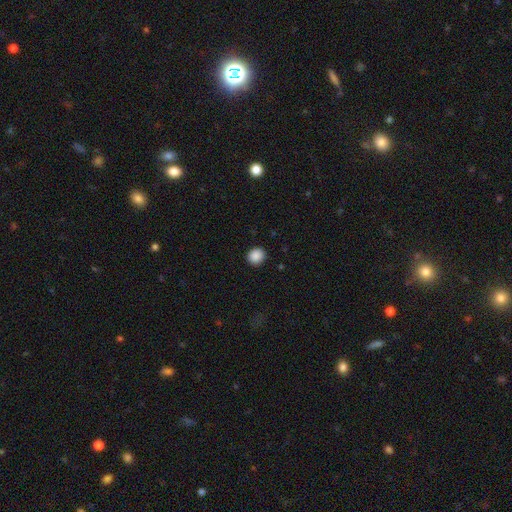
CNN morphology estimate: Q: Smooth or featured?
A: smooth (88%); runner-up: star or artifact (9%)
Q: How rounded?
A: round (87%); runner-up: in between (12%)
Q: Merging?
A: none (91%); runner-up: minor disturbance (6%)